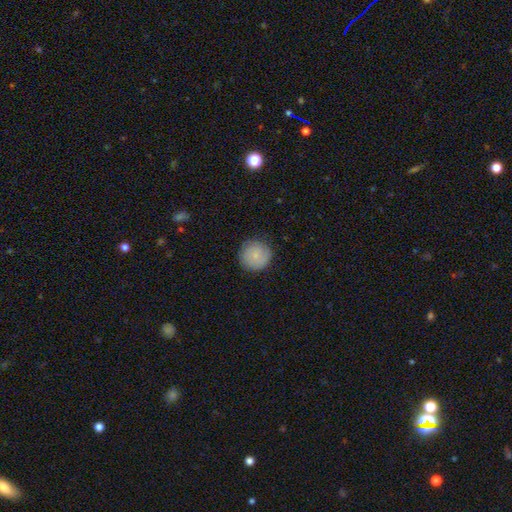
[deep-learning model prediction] This appears to be a smooth galaxy with no disk features (79%) that is round (95%). Merging: none (87%).